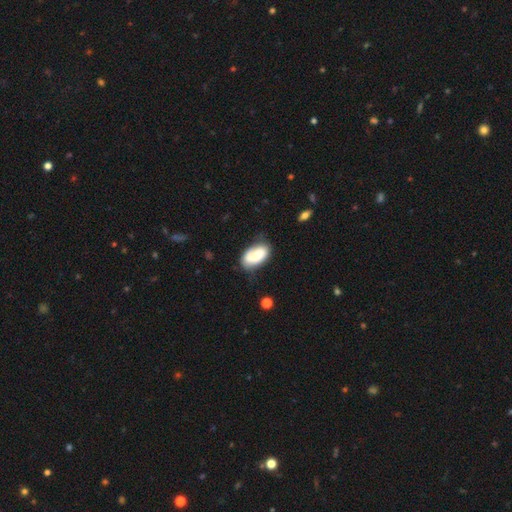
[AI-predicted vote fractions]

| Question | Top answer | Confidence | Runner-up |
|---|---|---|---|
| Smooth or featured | smooth | 70% | featured or disk (23%) |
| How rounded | in between | 94% | round (4%) |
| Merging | none | 63% | minor disturbance (26%) |